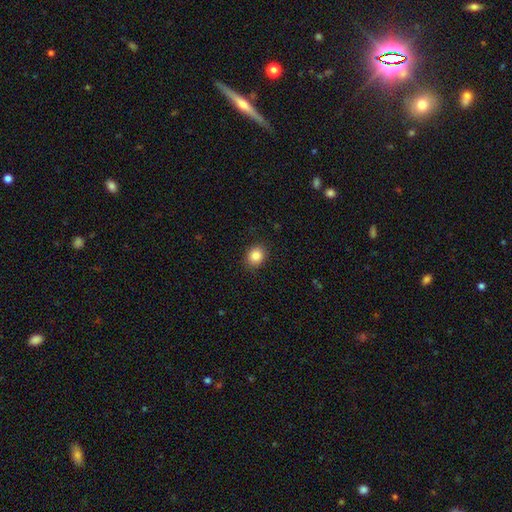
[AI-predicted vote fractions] This is clearly a smooth galaxy (86%). How rounded: likely round (67%). Merging: clearly none (89%).